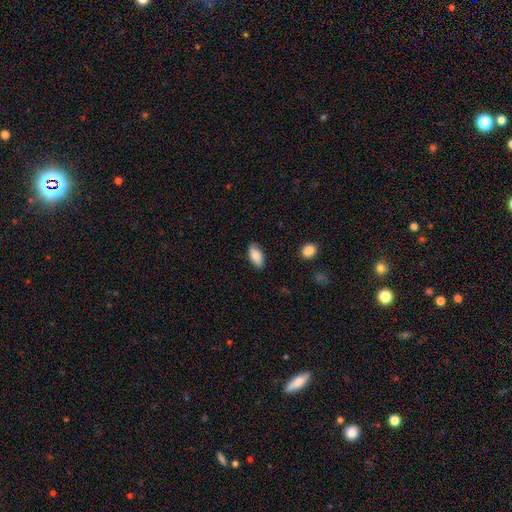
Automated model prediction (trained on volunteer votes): A smooth galaxy with no disk features (82%) that is in between round and cigar-shaped (92%).

Vote fractions:
- Smooth or featured? smooth: 82% / featured or disk: 11% / star or artifact: 7%
- How rounded? in between: 92% / cigar-shaped: 5% / round: 3%
- Merging? none: 81% / minor disturbance: 15% / major disturbance: 3% / merger: 1%